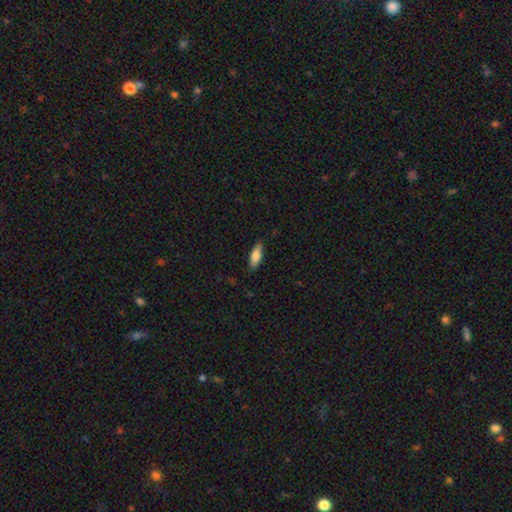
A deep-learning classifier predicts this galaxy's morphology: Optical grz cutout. It shows a smooth galaxy with no disk features (78%) that is in between round and cigar-shaped (63%). Merging: none (85%).